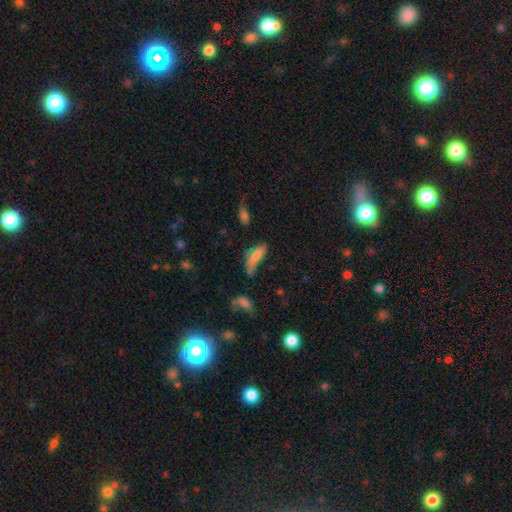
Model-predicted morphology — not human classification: A smooth galaxy with no disk features (74%) that is in between round and cigar-shaped (58%). Merging: none (34%).